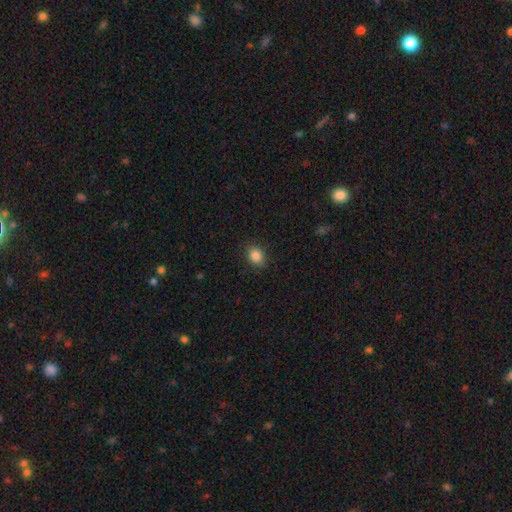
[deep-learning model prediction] Smooth or featured? smooth (85%)
How rounded? in between (53%)
Merging? none (87%)